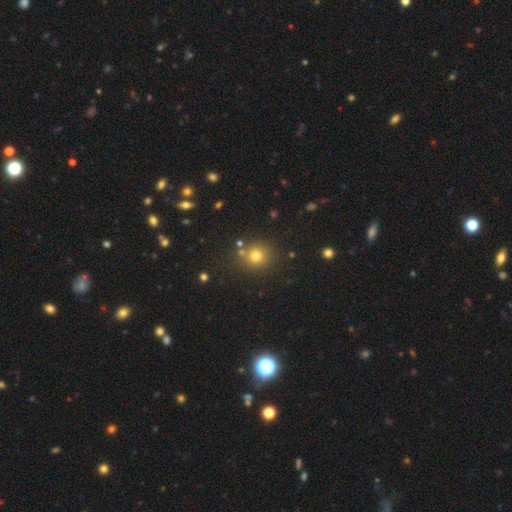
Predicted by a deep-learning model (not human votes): smooth-or-featured: smooth: 74% | star or artifact: 18% | featured or disk: 8%
  how-rounded: round: 89% | in between: 10% | cigar-shaped: 1%
  merging: none: 80% | minor disturbance: 9% | merger: 8% | major disturbance: 3%